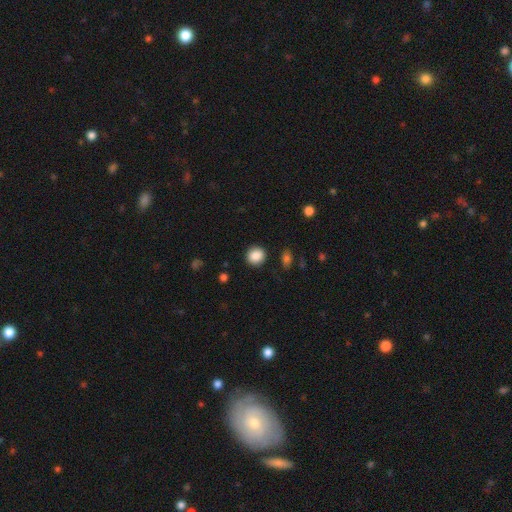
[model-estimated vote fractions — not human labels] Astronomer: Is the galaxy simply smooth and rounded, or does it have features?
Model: smooth — 87%.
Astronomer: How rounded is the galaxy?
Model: round — 85%.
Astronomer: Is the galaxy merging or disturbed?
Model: none — 89%.